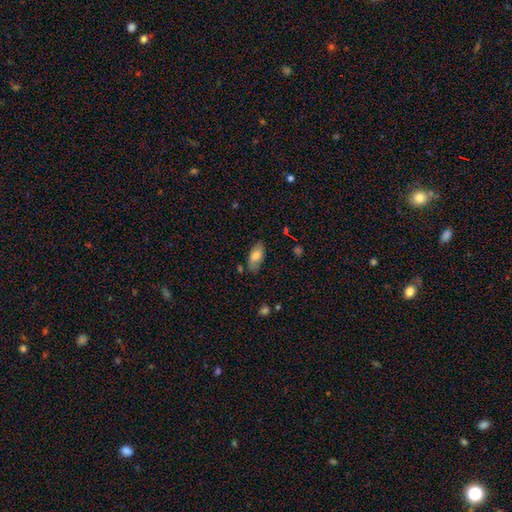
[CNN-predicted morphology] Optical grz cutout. It shows a smooth galaxy with no disk features (73%) that is in between round and cigar-shaped (91%). Merging: none (77%).